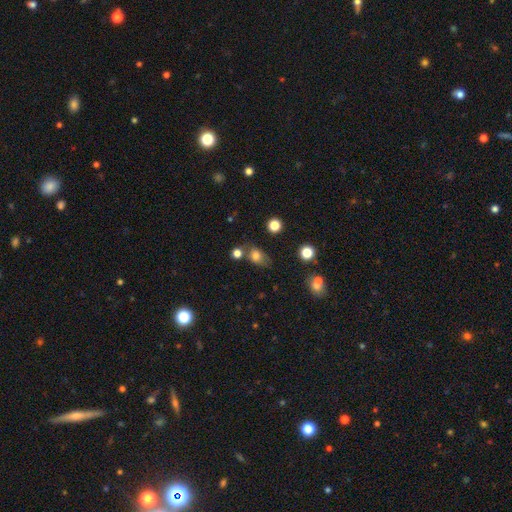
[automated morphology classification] smooth 74%, star or artifact 15%, featured or disk 11%. Down the decision tree: how rounded — in between (68%); merging — none (55%).